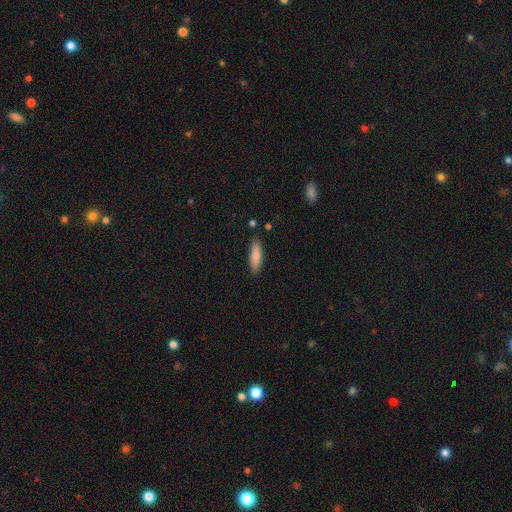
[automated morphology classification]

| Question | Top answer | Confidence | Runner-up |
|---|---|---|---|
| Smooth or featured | smooth | 82% | featured or disk (12%) |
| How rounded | cigar-shaped | 63% | in between (36%) |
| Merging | none | 85% | minor disturbance (10%) |